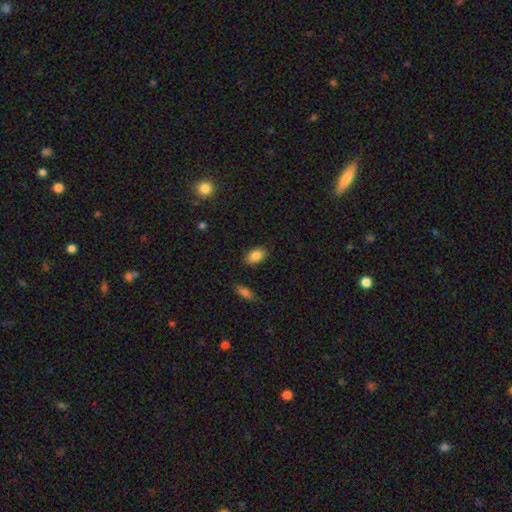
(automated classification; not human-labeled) smooth-or-featured: smooth: 85% | star or artifact: 8% | featured or disk: 7%
  how-rounded: in between: 86% | round: 12% | cigar-shaped: 2%
  merging: none: 85% | minor disturbance: 11% | major disturbance: 3% | merger: 2%